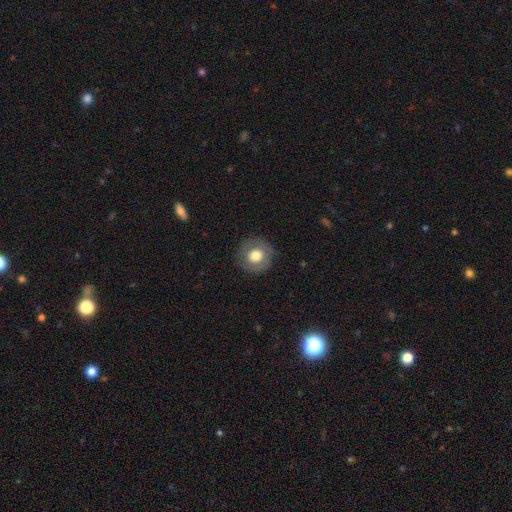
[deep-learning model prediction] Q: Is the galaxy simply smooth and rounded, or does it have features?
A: smooth — 67%.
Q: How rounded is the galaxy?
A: round — 92%.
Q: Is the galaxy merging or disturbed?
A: none — 86%.